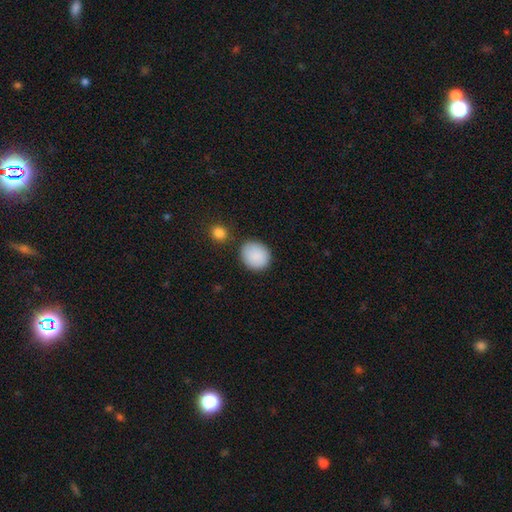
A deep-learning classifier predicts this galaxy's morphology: smooth 89%, star or artifact 7%, featured or disk 4%. Down the decision tree: how rounded — round (77%); merging — none (79%).